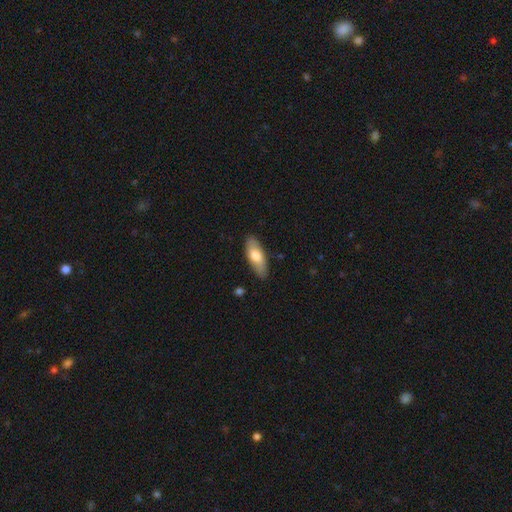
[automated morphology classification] A smooth galaxy with no disk features (71%) that is in between round and cigar-shaped (77%). Merging: none (85%).